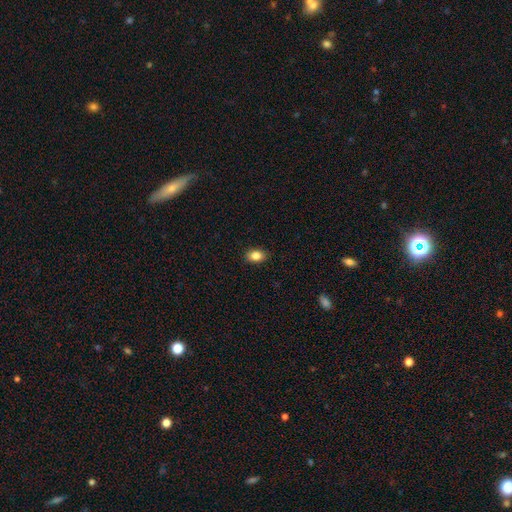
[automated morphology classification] Smooth or featured?
  - smooth: 85% *
  - star or artifact: 9%
  - featured or disk: 6%
How rounded?
  - in between: 78% *
  - round: 21%
  - cigar-shaped: 1%
Merging?
  - none: 89% *
  - minor disturbance: 8%
  - major disturbance: 2%
  - merger: 1%